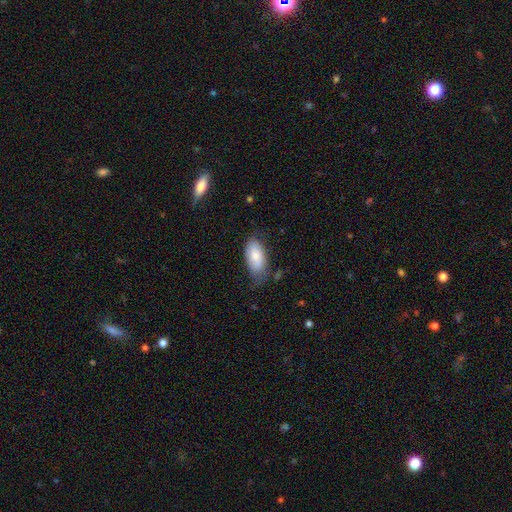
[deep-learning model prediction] Overall: smooth (76%). How rounded: in between (93%). Merging: none (59%; minor disturbance 31%).